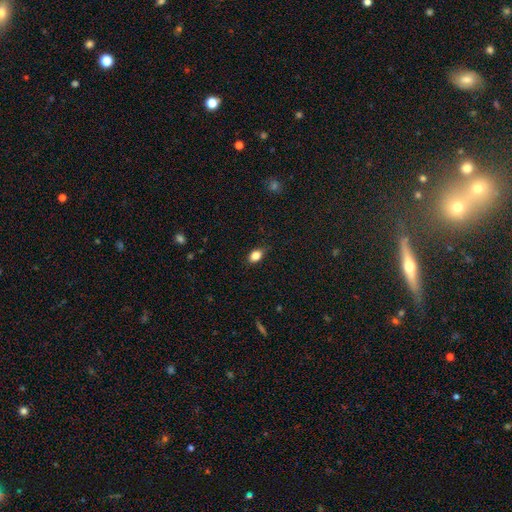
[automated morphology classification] Overall: smooth (84%). How rounded: in between (77%). Merging: none (83%).